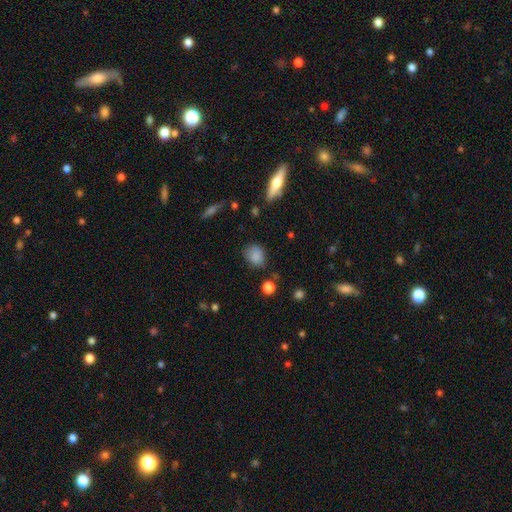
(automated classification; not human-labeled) The model was most divided on "how rounded": round: 56%, in between: 42%, cigar-shaped: 2%. More confident: smooth or featured — smooth (83%); merging — none (73%).